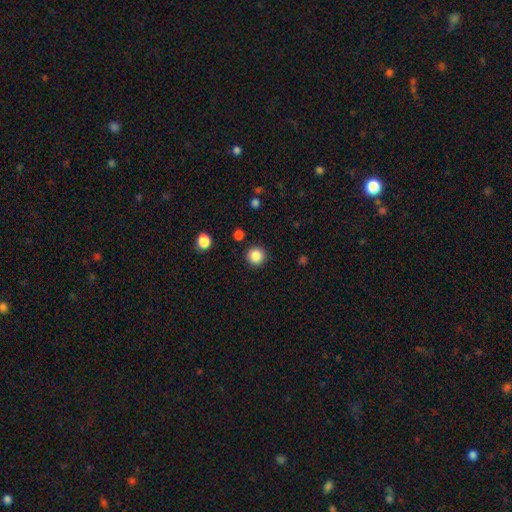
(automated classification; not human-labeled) smooth_or_featured: smooth (p=0.86) [alt: star or artifact p=0.10]
how_rounded: round (p=0.94) [alt: in between p=0.05]
merging: none (p=0.91) [alt: minor disturbance p=0.06]